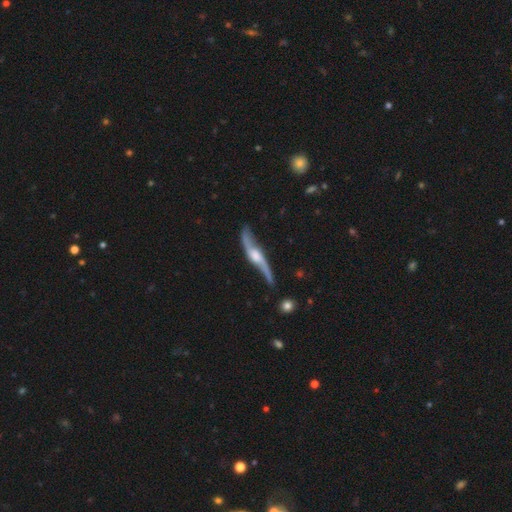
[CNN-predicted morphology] A featured or disk galaxy (84%). Merging: none (69%).